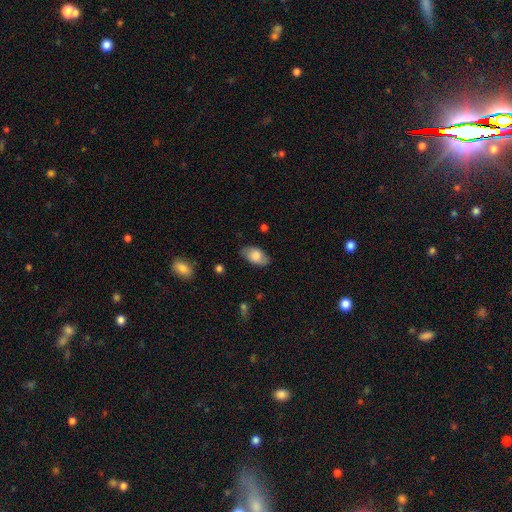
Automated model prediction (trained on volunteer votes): This is likely a smooth galaxy (71%). How rounded: clearly in between (92%). Merging: likely none (76%).